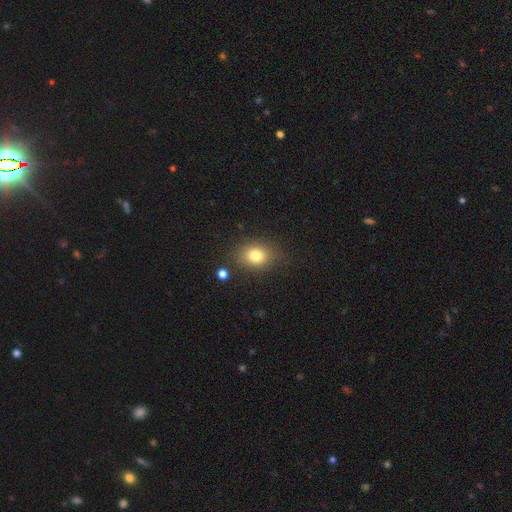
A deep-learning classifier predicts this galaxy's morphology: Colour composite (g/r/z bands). It shows a smooth galaxy with no disk features (80%) that is in between round and cigar-shaped (53%). Merging: none (81%).